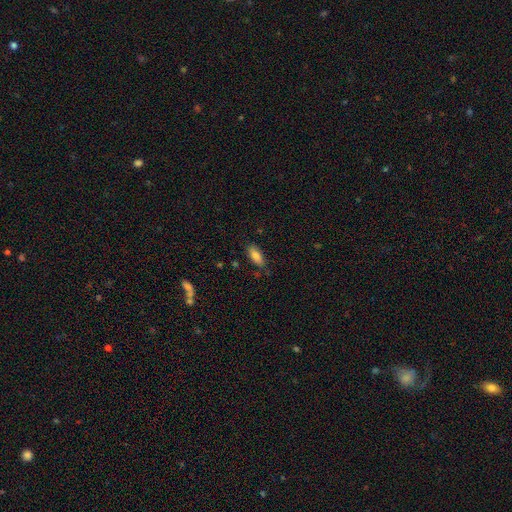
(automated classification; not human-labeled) smooth_or_featured: smooth (p=0.84) [alt: featured or disk p=0.09]
how_rounded: in between (p=0.81) [alt: cigar-shaped p=0.17]
merging: none (p=0.80) [alt: minor disturbance p=0.15]